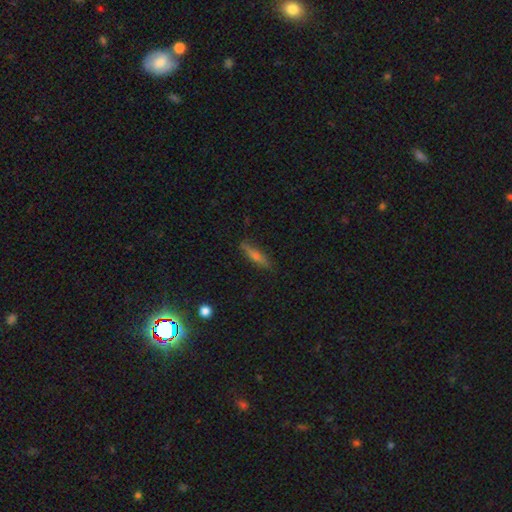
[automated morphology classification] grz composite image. It shows a smooth galaxy with no disk features (55%) that is cigar-shaped (80%). Merging: none (83%).